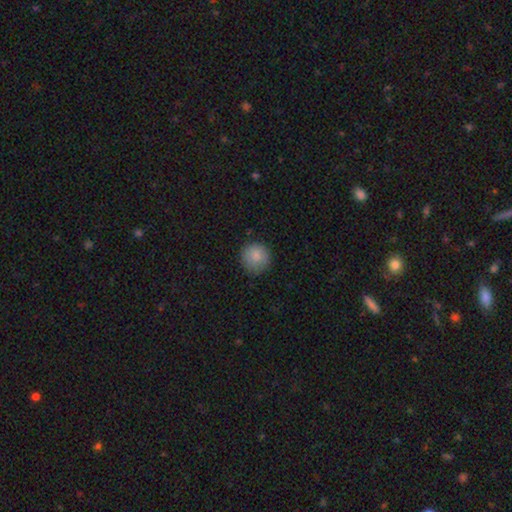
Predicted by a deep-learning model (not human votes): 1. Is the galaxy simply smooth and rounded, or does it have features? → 86% smooth, 8% star or artifact, 6% featured or disk.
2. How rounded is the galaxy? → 94% round, 5% in between, 1% cigar-shaped.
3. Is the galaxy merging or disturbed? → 84% none, 12% minor disturbance, 3% major disturbance, 1% merger.